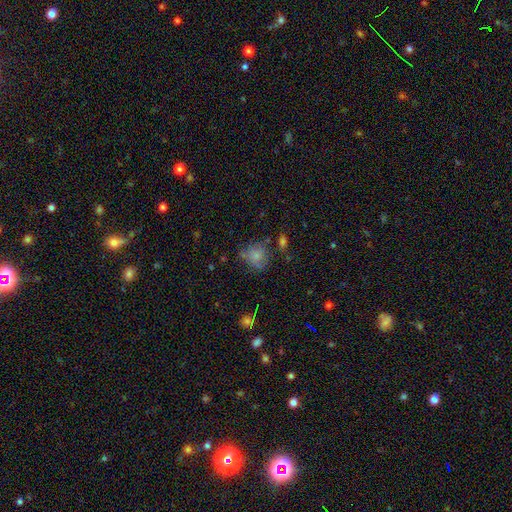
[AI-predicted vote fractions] Smooth or featured? smooth (73%)
How rounded? round (75%)
Merging? none (54%)